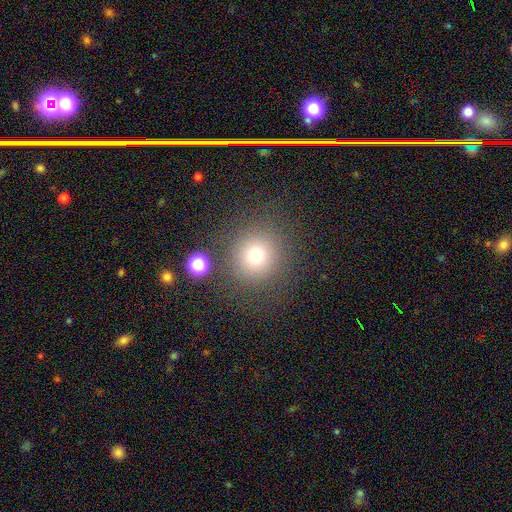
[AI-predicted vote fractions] Q: Smooth or featured?
A: smooth (73%); runner-up: star or artifact (17%)
Q: How rounded?
A: round (94%); runner-up: in between (5%)
Q: Merging?
A: none (84%); runner-up: minor disturbance (8%)